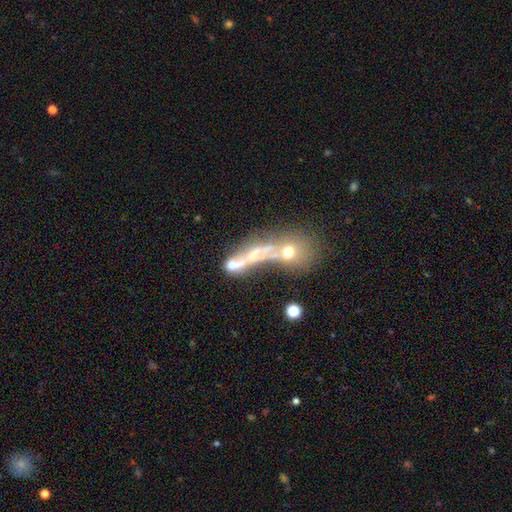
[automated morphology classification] Smooth or featured? featured or disk (45%)
Merging? merger (56%)